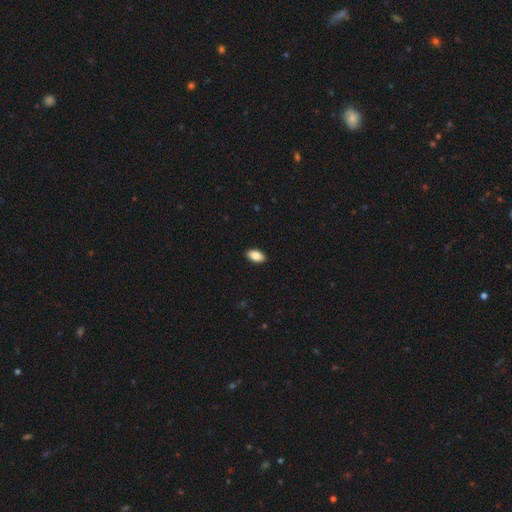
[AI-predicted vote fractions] Morphology: type=smooth (86%); roundness=in between (93%); merging=none (90%).